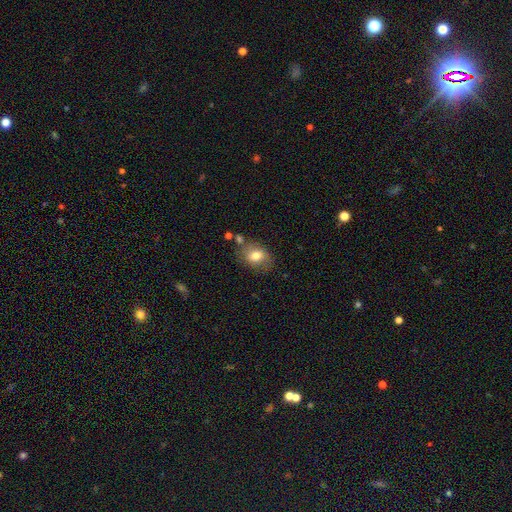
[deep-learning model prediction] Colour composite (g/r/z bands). It shows a smooth galaxy with no disk features (74%) that is in between round and cigar-shaped (59%). Merging: none (68%).